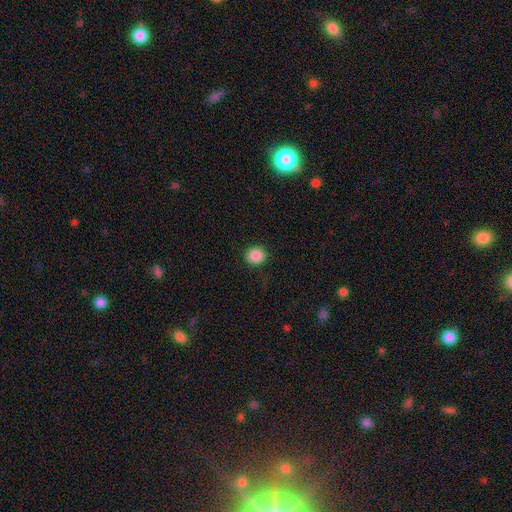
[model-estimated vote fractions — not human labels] Smooth or featured? Predicted: smooth (p=0.88). How rounded? Predicted: round (p=0.86). Merging? Predicted: none (p=0.91).